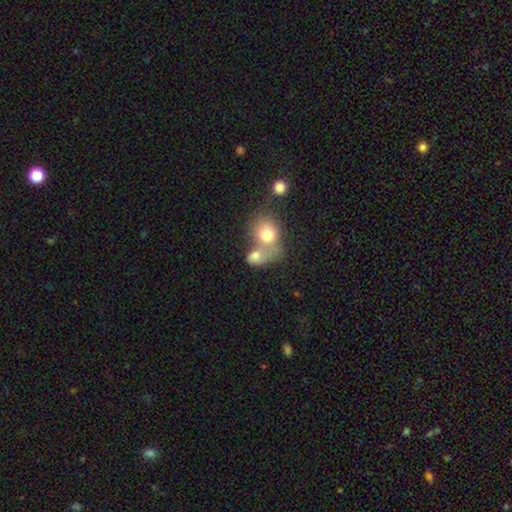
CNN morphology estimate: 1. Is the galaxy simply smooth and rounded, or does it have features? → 73% smooth, 16% featured or disk, 11% star or artifact.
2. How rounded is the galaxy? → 49% round (tied), 49% in between (tied), 2% cigar-shaped.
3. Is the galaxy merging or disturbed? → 65% merger, 19% none, 8% major disturbance, 8% minor disturbance.